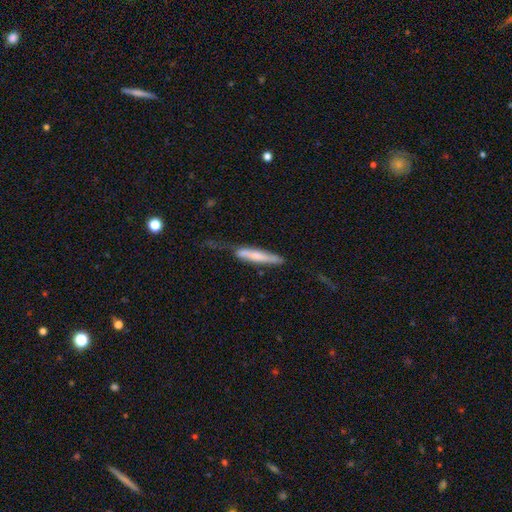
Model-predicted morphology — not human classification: The model was most divided on "merging": none: 44%, minor disturbance: 32%, major disturbance: 18%, merger: 6%. More confident: how rounded — cigar-shaped (90%); smooth or featured — smooth (59%).